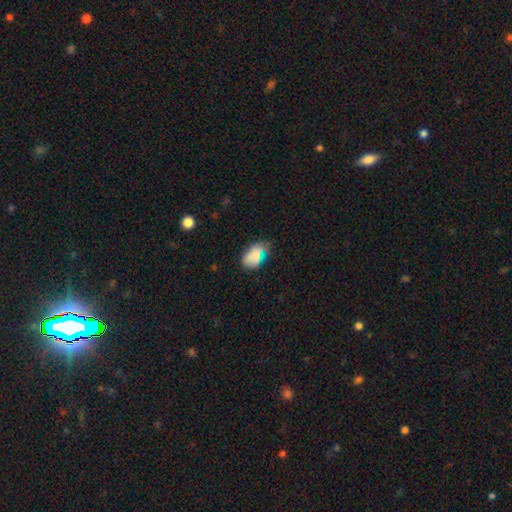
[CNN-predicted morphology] This appears to be a smooth galaxy with no disk features (76%) that is in between round and cigar-shaped (89%). Merging: none (64%).